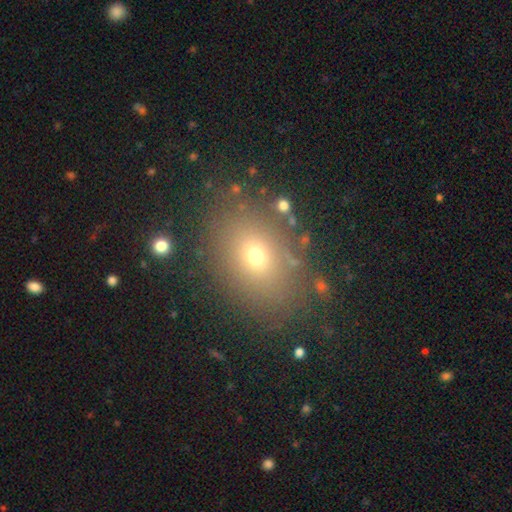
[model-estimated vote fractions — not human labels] Smooth or featured: smooth — 66% (star or artifact — 20%)
How rounded: in between — 61% (round — 38%)
Merging: none — 83% (minor disturbance — 10%)